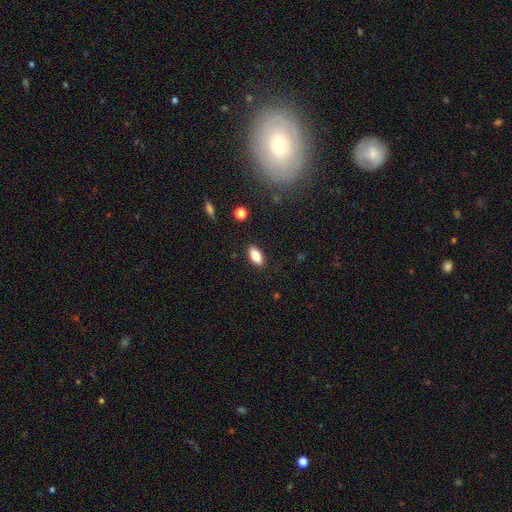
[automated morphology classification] Overall: smooth (84%). How rounded: in between (89%). Merging: none (88%).